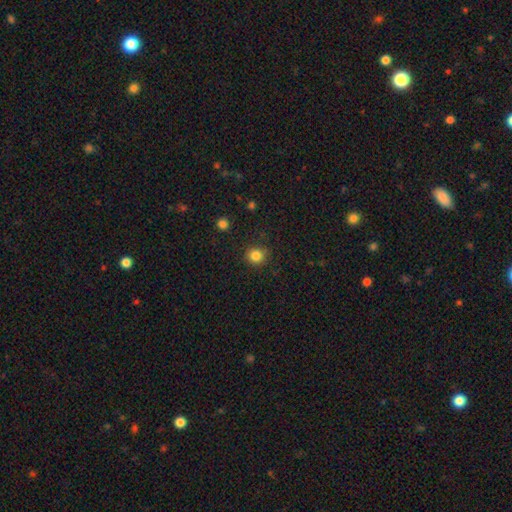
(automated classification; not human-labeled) Smooth or featured?
  - smooth: 84% *
  - star or artifact: 12%
  - featured or disk: 4%
How rounded?
  - round: 91% *
  - in between: 9%
  - cigar-shaped: 1%
Merging?
  - none: 88% *
  - minor disturbance: 8%
  - major disturbance: 3%
  - merger: 1%